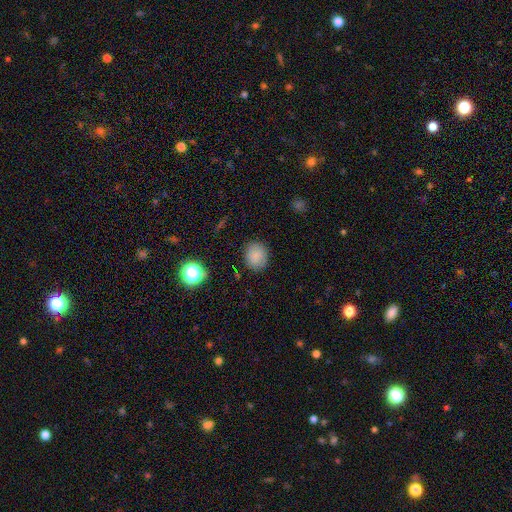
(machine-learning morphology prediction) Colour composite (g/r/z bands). It shows a smooth galaxy with no disk features (83%) that is round (70%). Merging: none (84%).